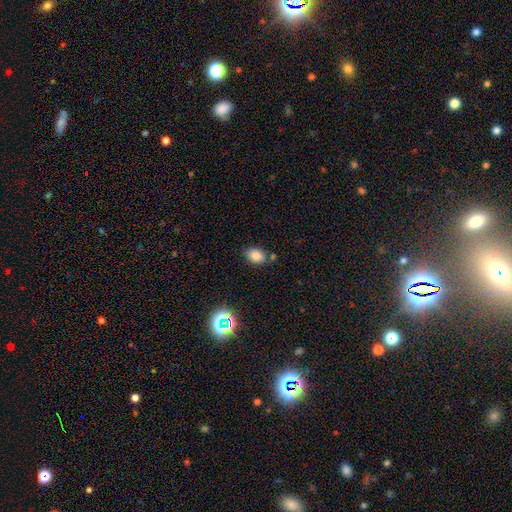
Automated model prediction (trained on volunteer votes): This appears to be a smooth galaxy with no disk features (81%) that is in between round and cigar-shaped (73%). Merging: none (76%).